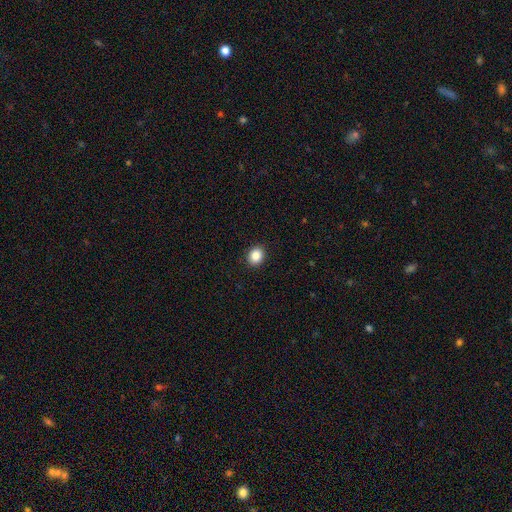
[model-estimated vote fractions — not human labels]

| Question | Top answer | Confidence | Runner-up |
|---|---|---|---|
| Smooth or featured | smooth | 87% | star or artifact (9%) |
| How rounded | round | 61% | in between (38%) |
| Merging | none | 91% | minor disturbance (6%) |